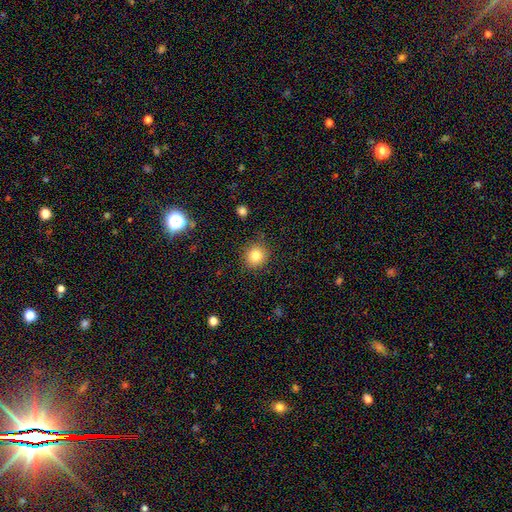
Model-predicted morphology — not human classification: Smooth or featured: smooth — 81% (star or artifact — 12%)
How rounded: round — 89% (in between — 10%)
Merging: none — 87% (minor disturbance — 9%)